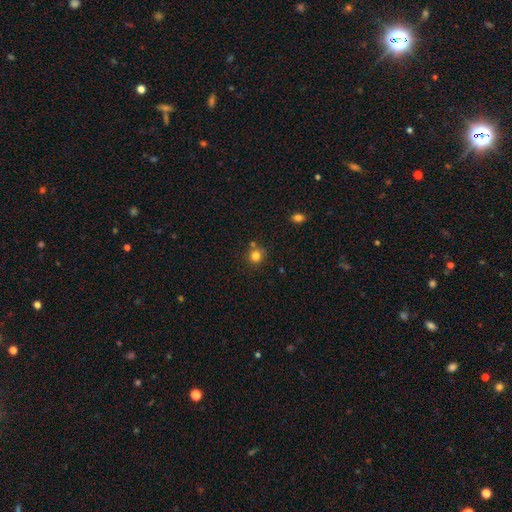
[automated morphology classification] This is clearly a smooth galaxy (81%). How rounded: clearly round (89%). Merging: likely none (73%).